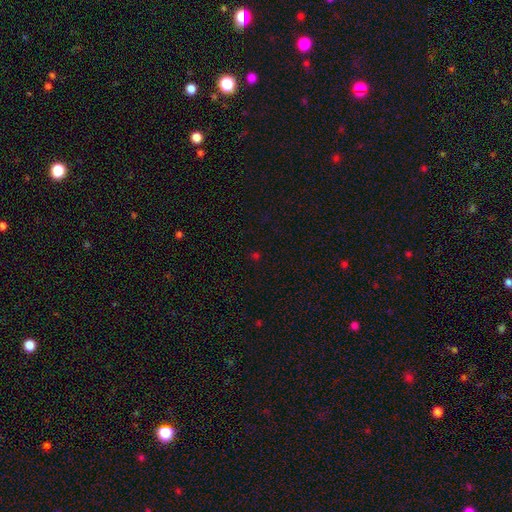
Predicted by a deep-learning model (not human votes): This is possibly a star or artifact rather than a galaxy (50%).